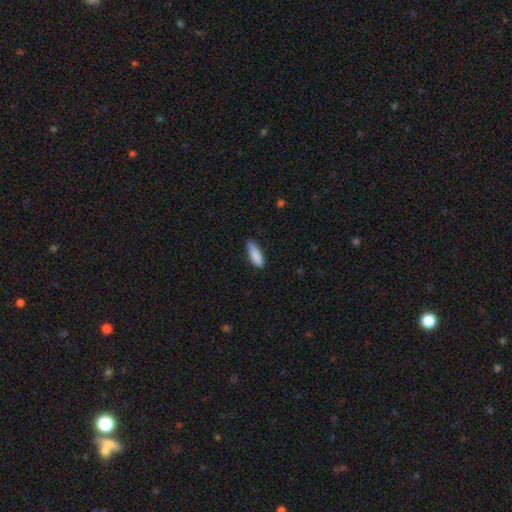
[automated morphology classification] This appears to be a smooth galaxy with no disk features (87%) that is in between round and cigar-shaped (50%). Merging: none (74%).